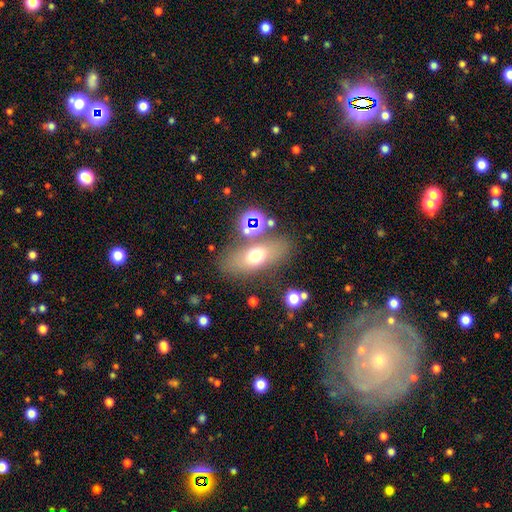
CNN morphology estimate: type=smooth (60%); roundness=in between (75%); merging=none (70%).